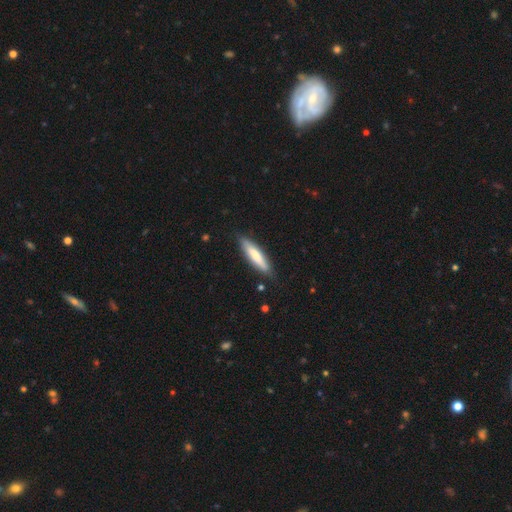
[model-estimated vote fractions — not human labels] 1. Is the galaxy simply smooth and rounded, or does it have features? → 70% smooth, 25% featured or disk, 5% star or artifact.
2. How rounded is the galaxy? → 78% cigar-shaped, 21% in between, 1% round.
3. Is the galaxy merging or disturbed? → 83% none, 13% minor disturbance, 2% major disturbance, 1% merger.